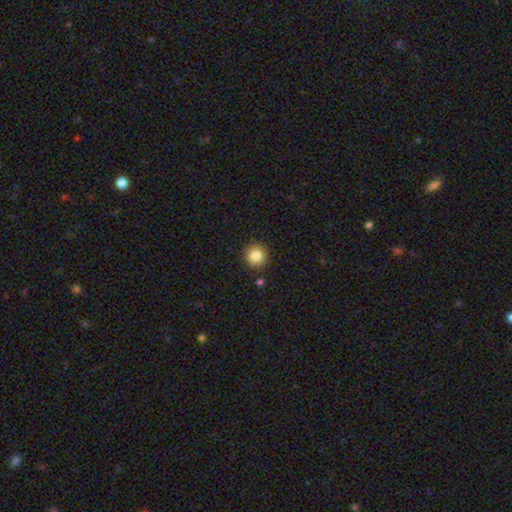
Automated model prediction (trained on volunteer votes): Smooth or featured?
  - smooth: 85% *
  - star or artifact: 10%
  - featured or disk: 5%
How rounded?
  - round: 95% *
  - in between: 4%
  - cigar-shaped: 1%
Merging?
  - none: 90% *
  - minor disturbance: 6%
  - merger: 2%
  - major disturbance: 2%